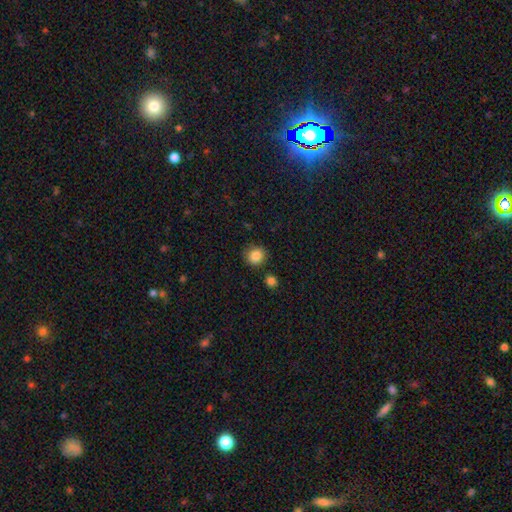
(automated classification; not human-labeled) smooth_or_featured: smooth (p=0.86) [alt: star or artifact p=0.09]
how_rounded: round (p=0.87) [alt: in between p=0.12]
merging: none (p=0.84) [alt: minor disturbance p=0.10]